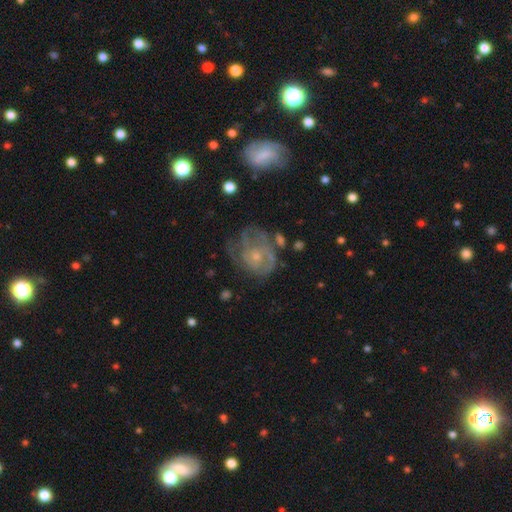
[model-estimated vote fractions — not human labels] Smooth or featured: featured or disk — 72% (smooth — 19%)
Edge-on disk: no — 98% (yes — 2%)
Bar: no — 80% (weak — 17%)
Spiral arms: yes — 75% (no — 25%)
Spiral winding: tight — 54% (medium — 32%)
Spiral arm count: can't tell — 49% (2 — 20%)
Bulge size: small — 63% (moderate — 30%)
Merging: none — 49% (major disturbance — 24%)